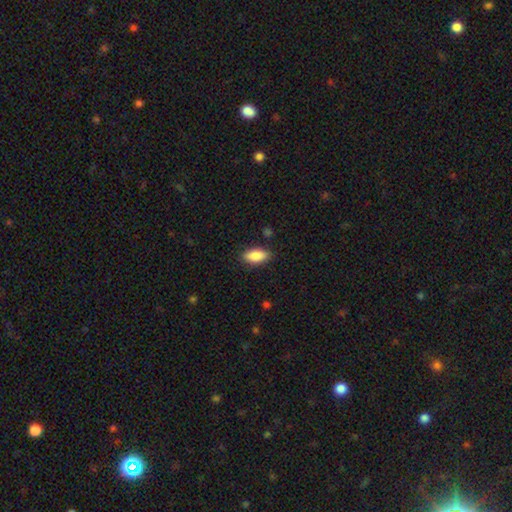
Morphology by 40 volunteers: Smooth or featured? smooth (90%)
How rounded? in between (92%)
Merging? none (84%)